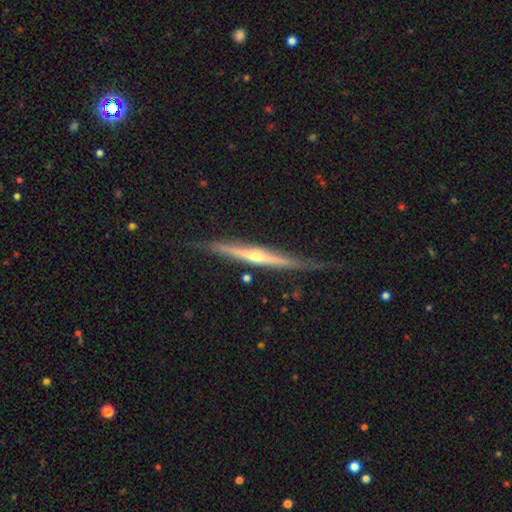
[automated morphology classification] Smooth or featured: featured or disk — 80% (smooth — 15%)
Edge-on disk: yes — 97% (no — 3%)
Edge-on bulge: rounded — 79% (none — 18%)
Merging: none — 78% (minor disturbance — 17%)